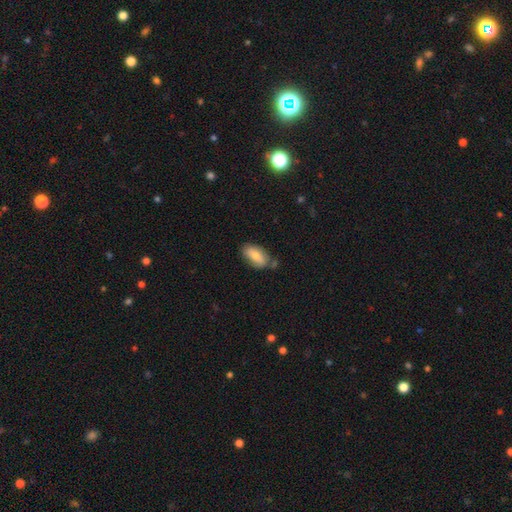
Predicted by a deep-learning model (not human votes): Q: Smooth or featured?
A: smooth (75%); runner-up: featured or disk (18%)
Q: How rounded?
A: in between (90%); runner-up: cigar-shaped (7%)
Q: Merging?
A: none (66%); runner-up: minor disturbance (21%)